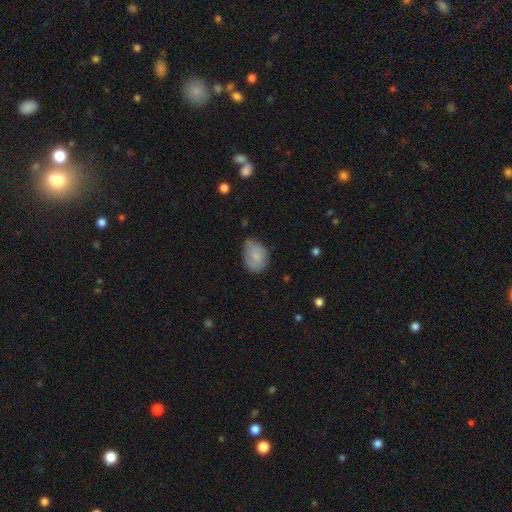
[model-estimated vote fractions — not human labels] This appears to be a smooth galaxy with no disk features (77%) that is in between round and cigar-shaped (72%). Merging: none (45%).